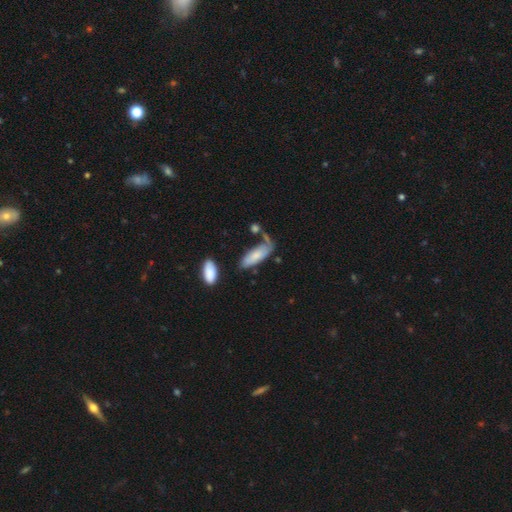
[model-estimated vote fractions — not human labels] This appears to be a smooth galaxy with no disk features (73%) that is in between round and cigar-shaped (72%). Merging: none (43%).